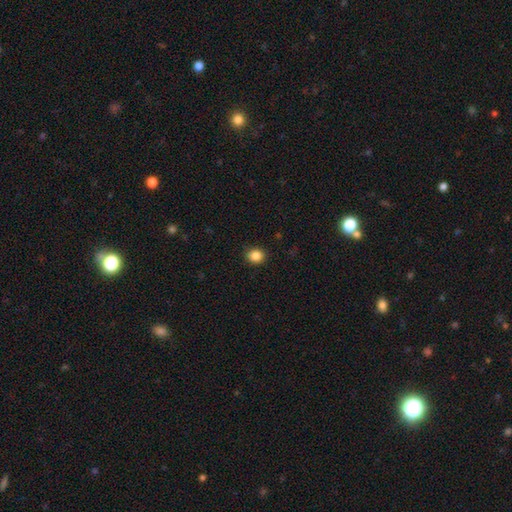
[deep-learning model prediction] Smooth or featured? Predicted: smooth (p=0.86). How rounded? Predicted: round (p=0.79). Merging? Predicted: none (p=0.90).